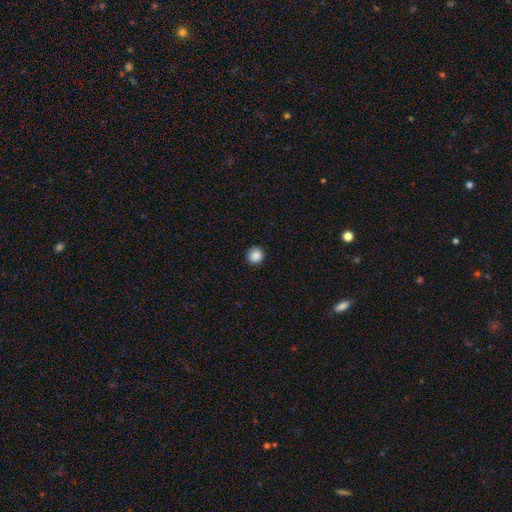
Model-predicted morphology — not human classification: Q: Smooth or featured?
A: smooth (88%); runner-up: star or artifact (10%)
Q: How rounded?
A: round (91%); runner-up: in between (8%)
Q: Merging?
A: none (90%); runner-up: minor disturbance (7%)